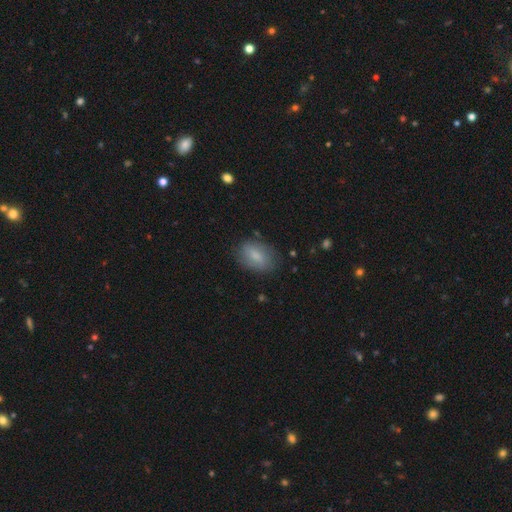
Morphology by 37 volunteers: Smooth or featured?
  - smooth: 76% *
  - featured or disk: 19%
  - star or artifact: 5%
How rounded?
  - in between: 82% *
  - round: 11%
  - cigar-shaped: 7%
Merging?
  - none: 80% *
  - minor disturbance: 20%
  - major disturbance: 0%
  - merger: 0%